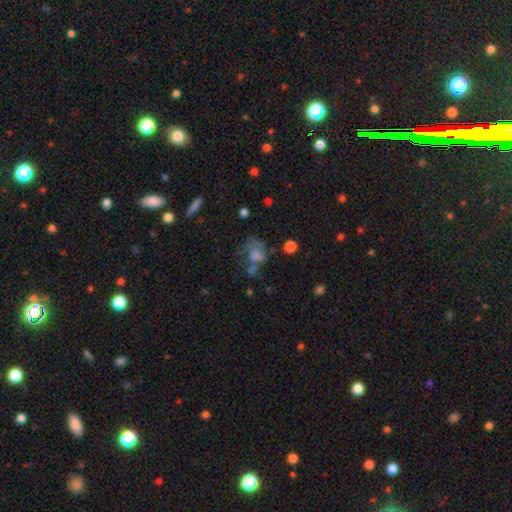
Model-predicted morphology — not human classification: Q: Smooth or featured?
A: smooth (37%); runner-up: featured or disk (33%)
Q: Merging?
A: none (47%); runner-up: major disturbance (20%)